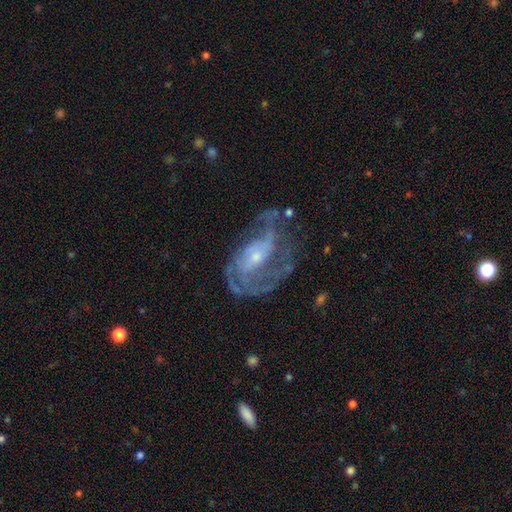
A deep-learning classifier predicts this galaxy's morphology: type=featured or disk (84%); edge-on=no (97%); bar=no (49%); spiral arms=yes (88%); winding=medium (45%); arm count=2 (35%); bulge=small (64%); merging=none (48%).